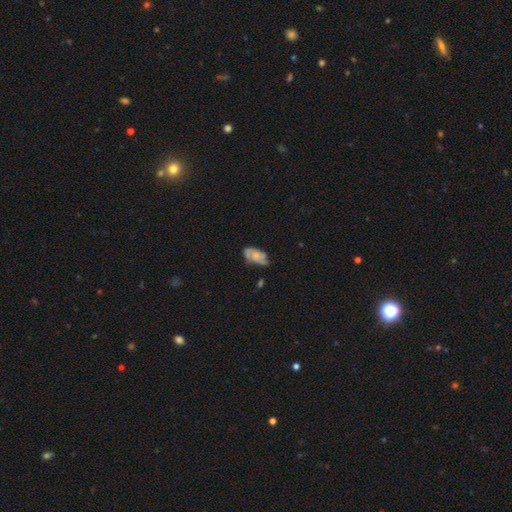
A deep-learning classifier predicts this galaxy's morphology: A smooth galaxy with no disk features (56%) that is in between round and cigar-shaped (91%).

Vote fractions:
- Smooth or featured? smooth: 56% / featured or disk: 36% / star or artifact: 8%
- How rounded? in between: 91% / cigar-shaped: 5% / round: 4%
- Merging? none: 48% / minor disturbance: 35% / major disturbance: 13% / merger: 5%